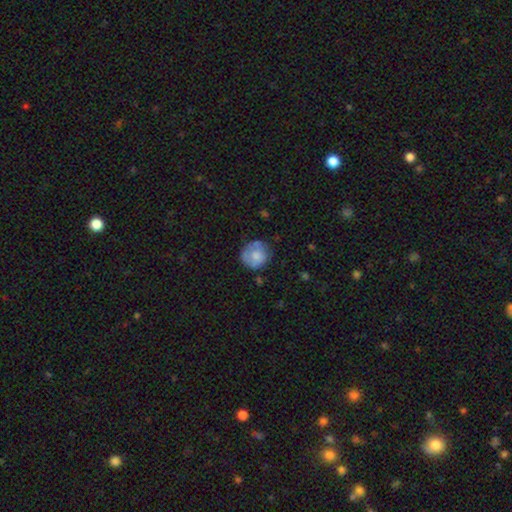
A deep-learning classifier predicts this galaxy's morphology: Smooth or featured: smooth — 67% (featured or disk — 26%)
How rounded: round — 89% (in between — 10%)
Merging: none — 66% (minor disturbance — 23%)